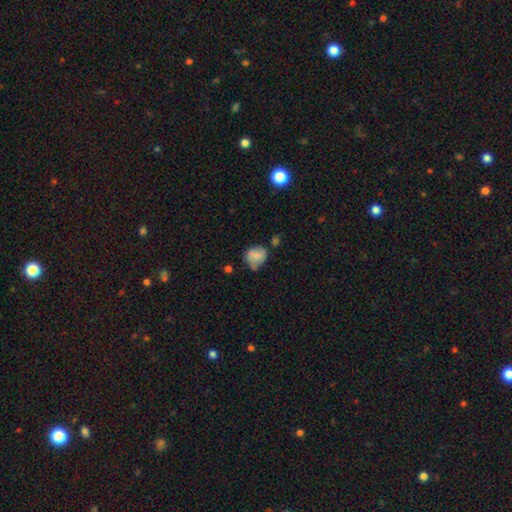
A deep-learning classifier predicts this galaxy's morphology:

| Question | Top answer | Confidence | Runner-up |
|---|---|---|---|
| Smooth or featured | smooth | 74% | featured or disk (16%) |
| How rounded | round | 56% | in between (43%) |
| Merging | none | 43% | minor disturbance (34%) |